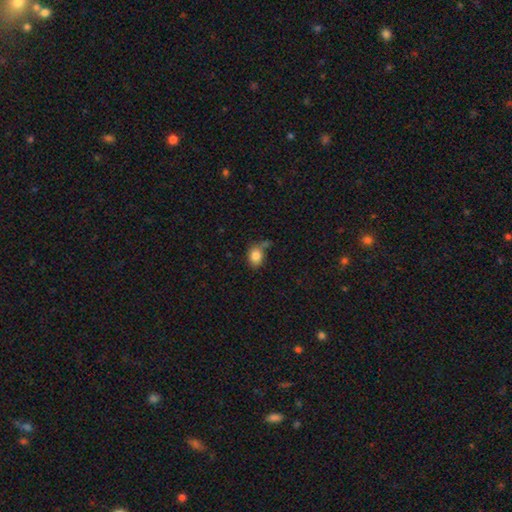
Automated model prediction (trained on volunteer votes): A smooth galaxy with no disk features (84%) that is in between round and cigar-shaped (53%). Merging: none (57%).